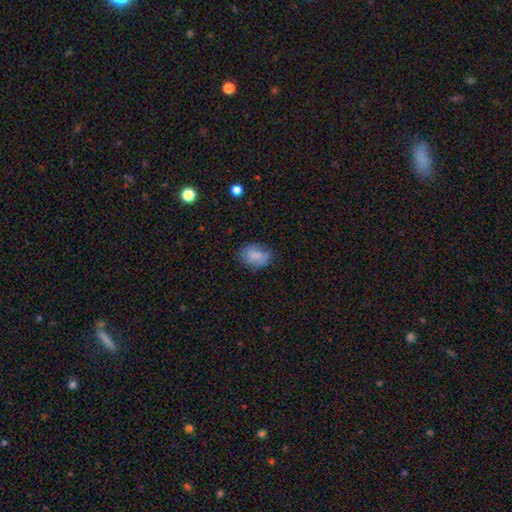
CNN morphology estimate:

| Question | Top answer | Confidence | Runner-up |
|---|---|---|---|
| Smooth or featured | smooth | 70% | featured or disk (21%) |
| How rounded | in between | 69% | round (30%) |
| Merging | none | 65% | minor disturbance (25%) |